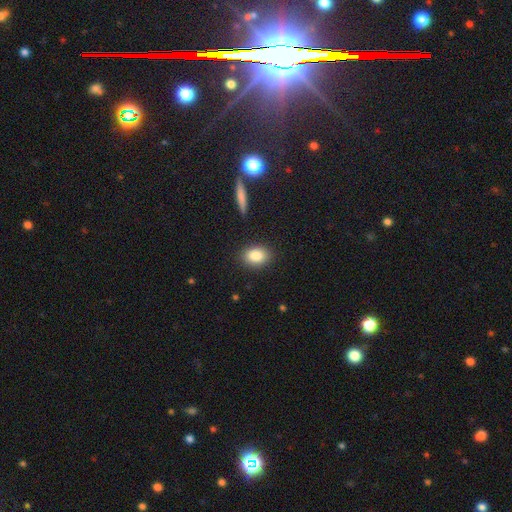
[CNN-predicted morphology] Smooth or featured? Predicted: smooth (p=0.85). How rounded? Predicted: in between (p=0.75). Merging? Predicted: none (p=0.87).